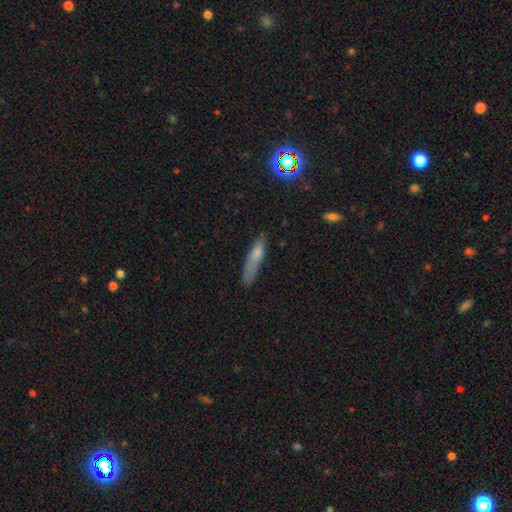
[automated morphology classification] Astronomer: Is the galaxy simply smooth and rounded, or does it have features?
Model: smooth — 73%.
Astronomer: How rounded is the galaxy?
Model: cigar-shaped — 77%.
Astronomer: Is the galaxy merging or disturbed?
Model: none — 53% (runner-up: minor disturbance, 30%).